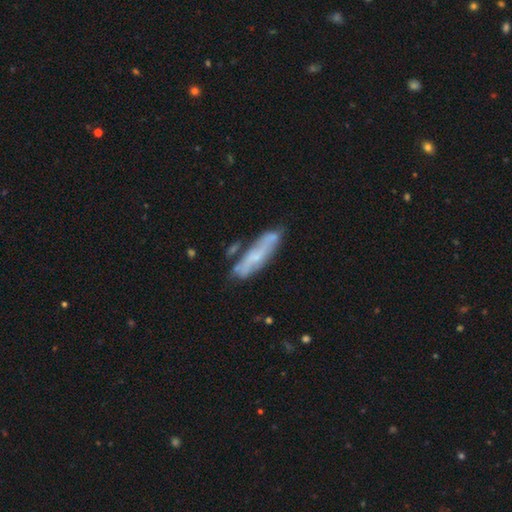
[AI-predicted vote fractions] Smooth or featured?
  - featured or disk: 50% *
  - smooth: 42%
  - star or artifact: 8%
Edge-on disk?
  - no: 55% *
  - yes: 45%
Merging?
  - none: 61% *
  - minor disturbance: 22%
  - merger: 11%
  - major disturbance: 7%